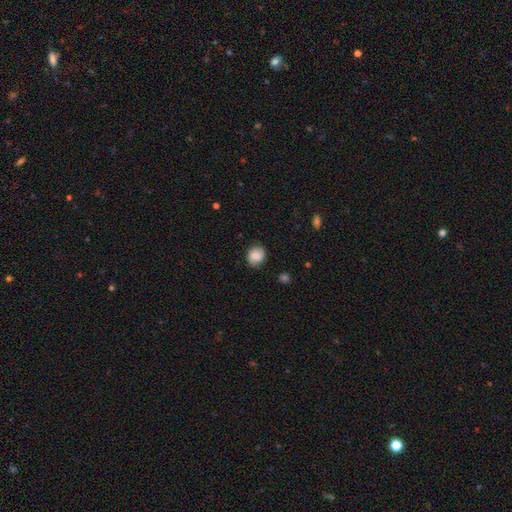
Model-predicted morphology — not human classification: Q: Smooth or featured?
A: smooth (78%); runner-up: featured or disk (13%)
Q: How rounded?
A: round (76%); runner-up: in between (23%)
Q: Merging?
A: none (81%); runner-up: minor disturbance (15%)